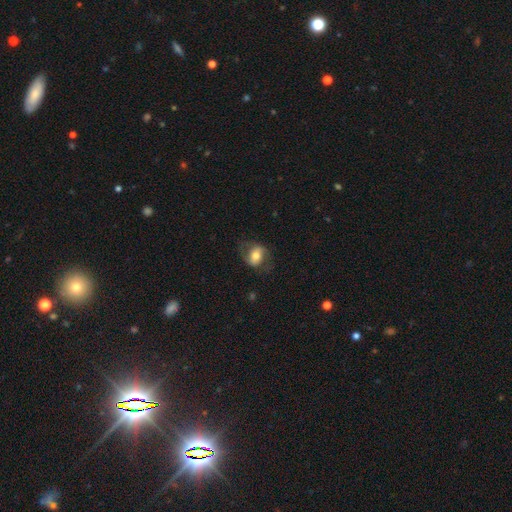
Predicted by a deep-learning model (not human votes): The model was most divided on "smooth or featured": smooth: 55%, featured or disk: 37%, star or artifact: 8%. More confident: how rounded — in between (69%); merging — none (65%).